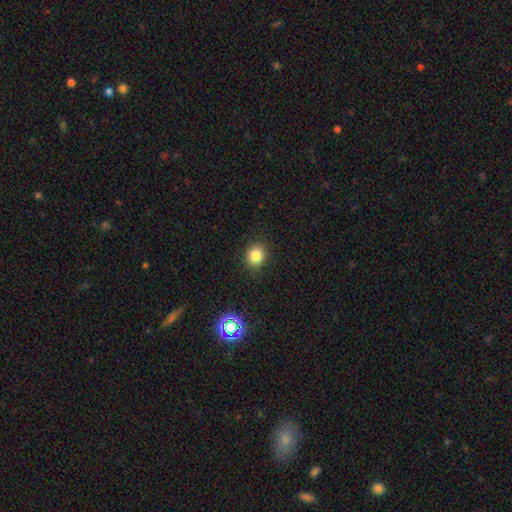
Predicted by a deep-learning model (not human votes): smooth_or_featured: smooth (p=0.82) [alt: star or artifact p=0.13]
how_rounded: round (p=0.77) [alt: in between p=0.22]
merging: none (p=0.89) [alt: minor disturbance p=0.07]